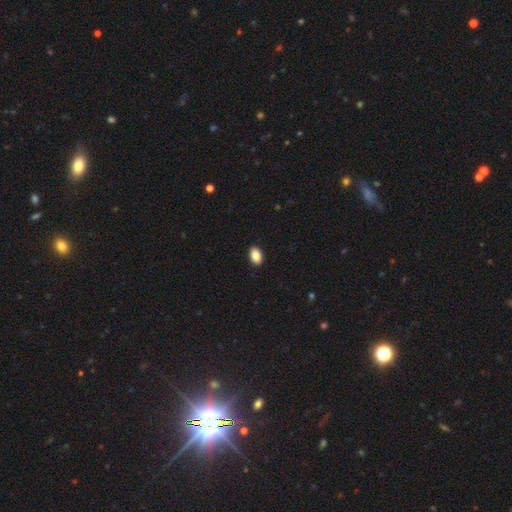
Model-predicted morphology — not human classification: smooth-or-featured: smooth: 88% | star or artifact: 8% | featured or disk: 5%
  how-rounded: in between: 89% | round: 9% | cigar-shaped: 1%
  merging: none: 91% | minor disturbance: 7% | major disturbance: 2% | merger: 1%